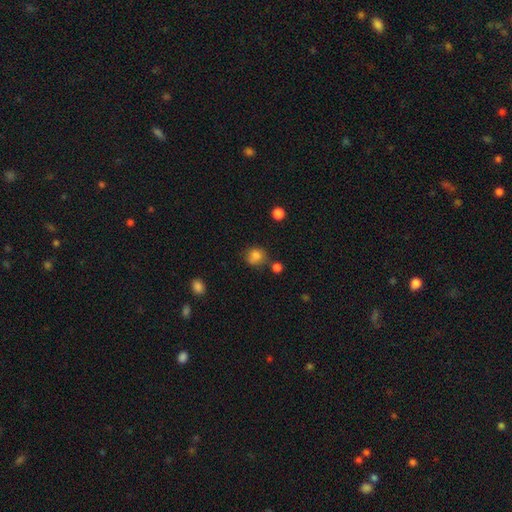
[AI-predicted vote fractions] Smooth or featured? smooth (81%)
How rounded? round (80%)
Merging? none (65%)